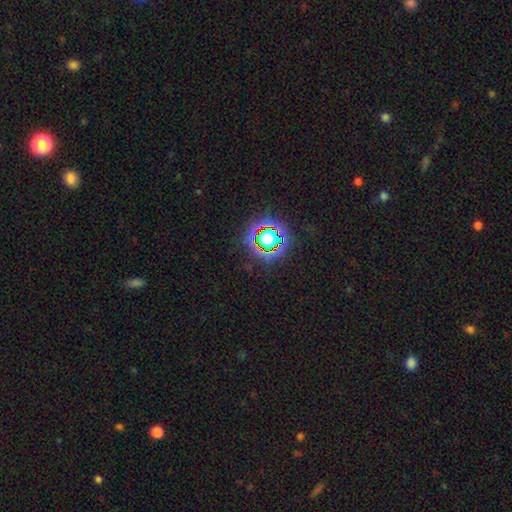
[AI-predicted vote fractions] Smooth or featured? Predicted: star or artifact (p=0.78).